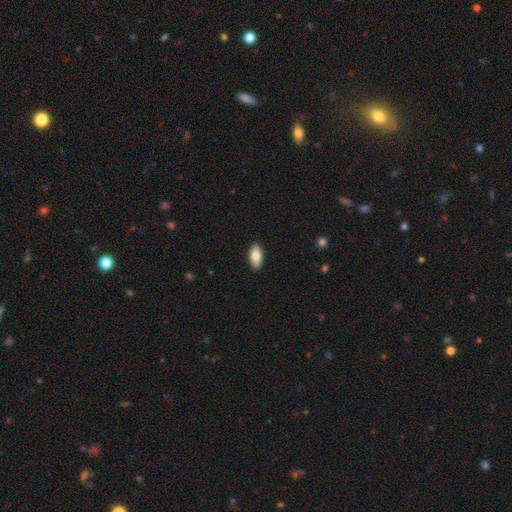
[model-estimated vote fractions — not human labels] Overall: smooth (79%). How rounded: in between (92%). Merging: none (90%).